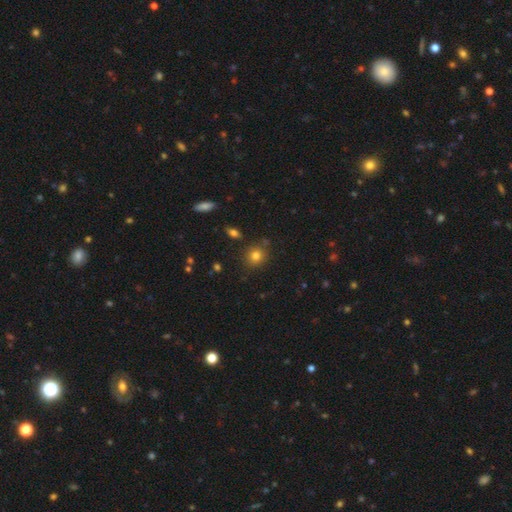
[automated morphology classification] The model was most divided on "smooth or featured": smooth: 79%, star or artifact: 14%, featured or disk: 7%. More confident: how rounded — round (83%); merging — none (83%).